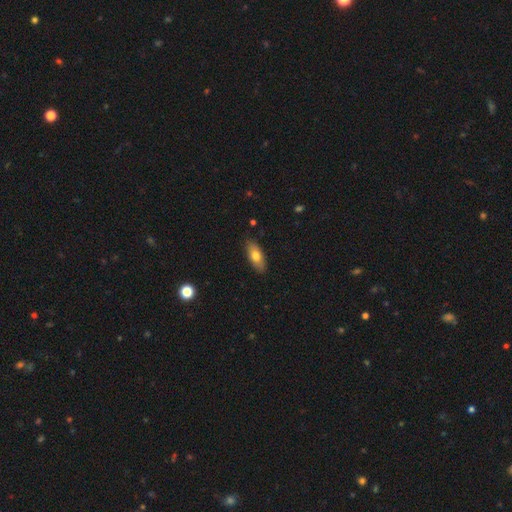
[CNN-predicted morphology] smooth-or-featured: smooth: 72% | featured or disk: 22% | star or artifact: 6%
  how-rounded: in between: 79% | cigar-shaped: 18% | round: 3%
  merging: none: 87% | minor disturbance: 10% | major disturbance: 2% | merger: 1%